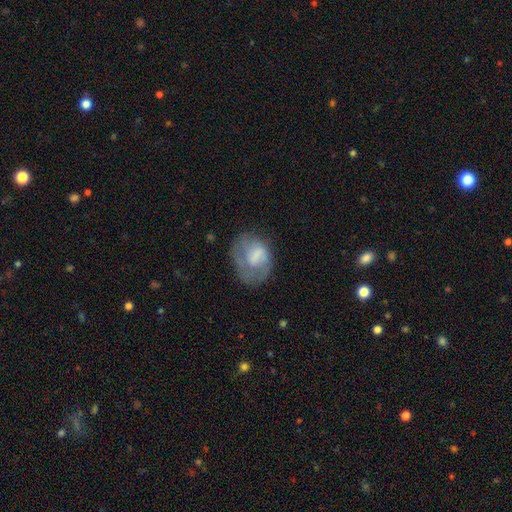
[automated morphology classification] Smooth or featured: smooth — 49% (featured or disk — 43%)
Merging: none — 41% (major disturbance — 30%)